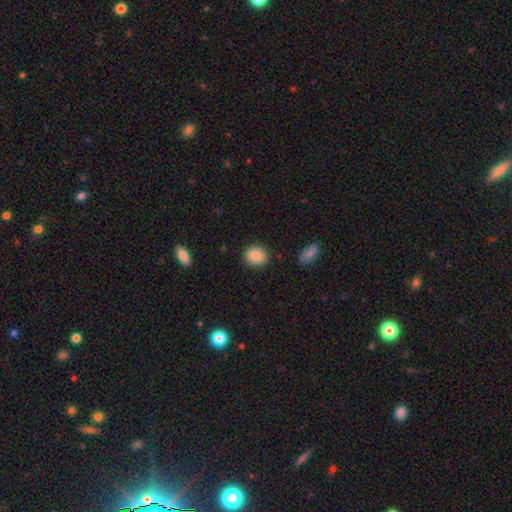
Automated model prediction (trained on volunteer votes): smooth_or_featured: smooth (p=0.86) [alt: star or artifact p=0.08]
how_rounded: round (p=0.83) [alt: in between p=0.16]
merging: none (p=0.90) [alt: minor disturbance p=0.07]